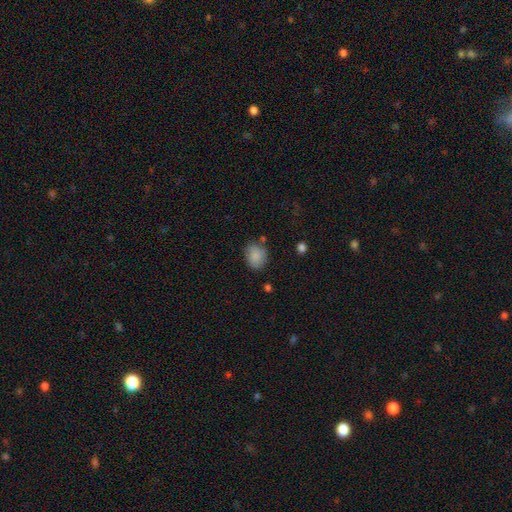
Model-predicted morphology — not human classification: Overall: smooth (87%). How rounded: in between (50%; round 49%). Merging: none (74%).